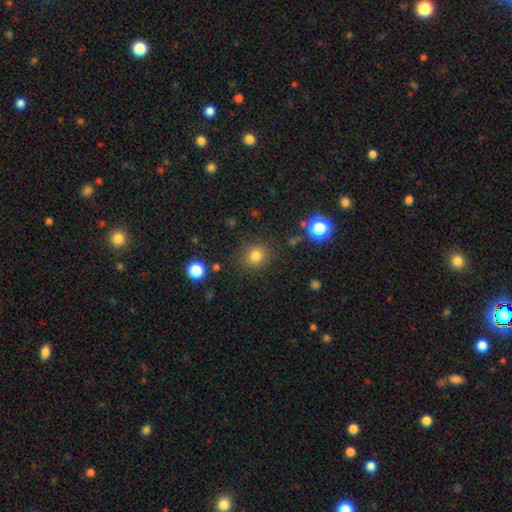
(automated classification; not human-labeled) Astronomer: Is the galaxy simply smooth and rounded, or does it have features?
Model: smooth — 81%.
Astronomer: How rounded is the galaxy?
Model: round — 86%.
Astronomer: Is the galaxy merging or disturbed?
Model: none — 86%.